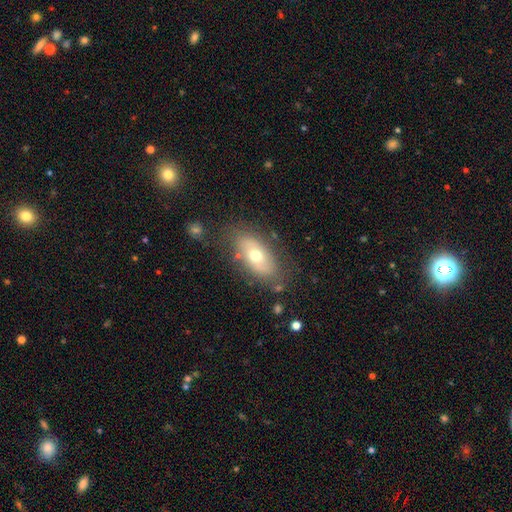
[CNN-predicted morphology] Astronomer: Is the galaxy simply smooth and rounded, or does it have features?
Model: smooth — 54% (runner-up: featured or disk, 38%).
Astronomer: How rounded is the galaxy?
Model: in between — 88%.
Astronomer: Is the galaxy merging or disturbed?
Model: none — 75%.